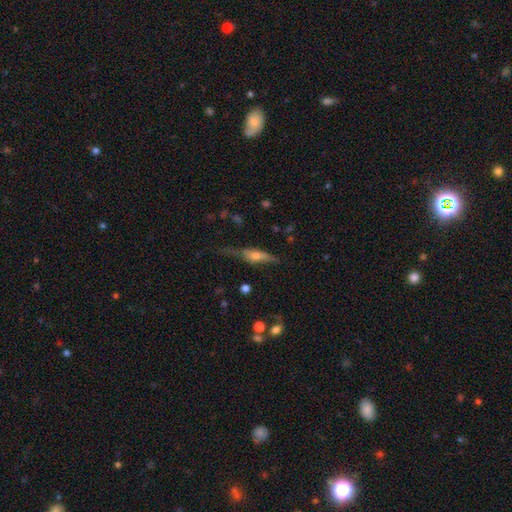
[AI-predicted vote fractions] Smooth or featured?
  - featured or disk: 59% *
  - smooth: 32%
  - star or artifact: 9%
Edge-on disk?
  - yes: 86% *
  - no: 14%
Edge-on bulge?
  - rounded: 79% *
  - boxy: 16%
  - none: 6%
Merging?
  - none: 57% *
  - minor disturbance: 25%
  - major disturbance: 15%
  - merger: 3%